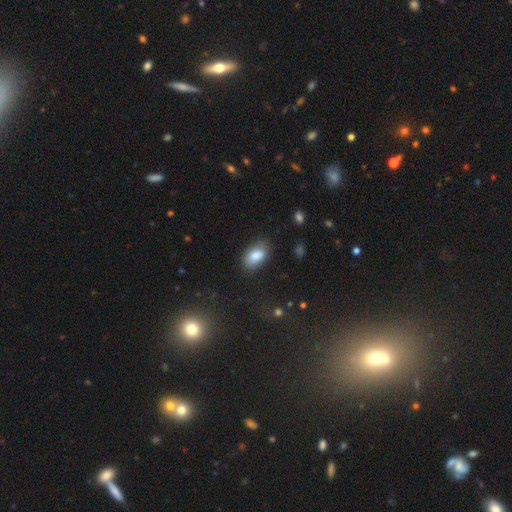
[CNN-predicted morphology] Smooth or featured? Predicted: smooth (p=0.85). How rounded? Predicted: in between (p=0.93). Merging? Predicted: none (p=0.79).